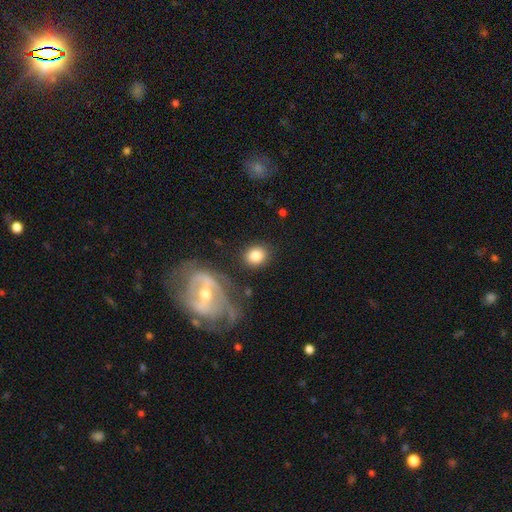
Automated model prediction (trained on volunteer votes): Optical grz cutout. It shows a smooth galaxy with no disk features (79%) that is round (73%). Merging: none (80%).